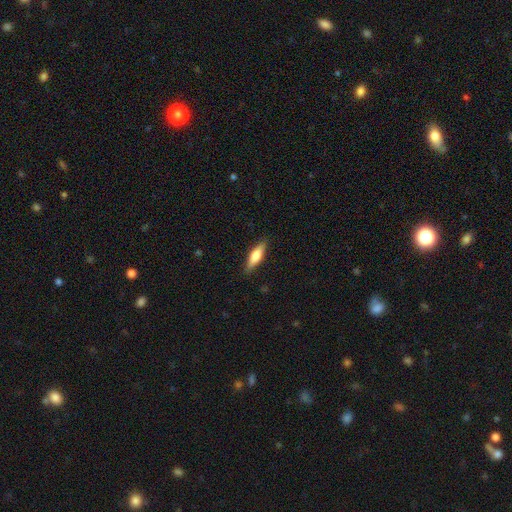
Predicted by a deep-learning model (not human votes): Morphology: type=smooth (60%); roundness=cigar-shaped (57%); merging=none (87%).